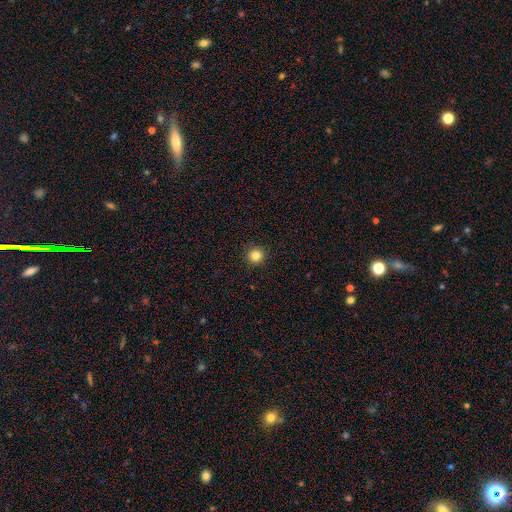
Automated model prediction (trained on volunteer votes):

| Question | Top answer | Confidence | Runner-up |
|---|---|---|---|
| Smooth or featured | smooth | 84% | star or artifact (12%) |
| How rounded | round | 95% | in between (4%) |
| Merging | none | 93% | minor disturbance (5%) |